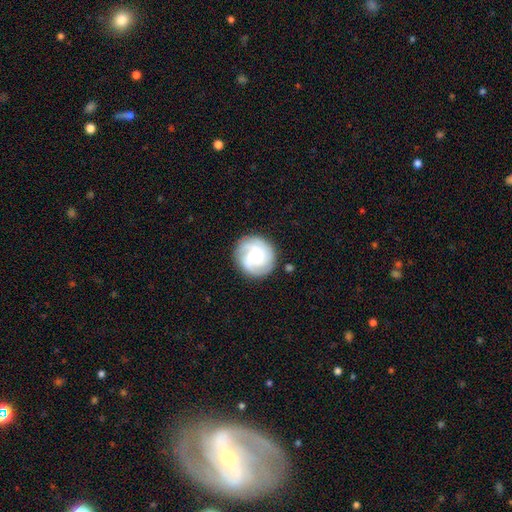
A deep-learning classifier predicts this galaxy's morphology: type=featured or disk (67%); edge-on=no (98%); bar=no (69%); spiral arms=yes (95%); winding=tight (54%); arm count=3 (48%); bulge=small (35%); merging=none (81%).